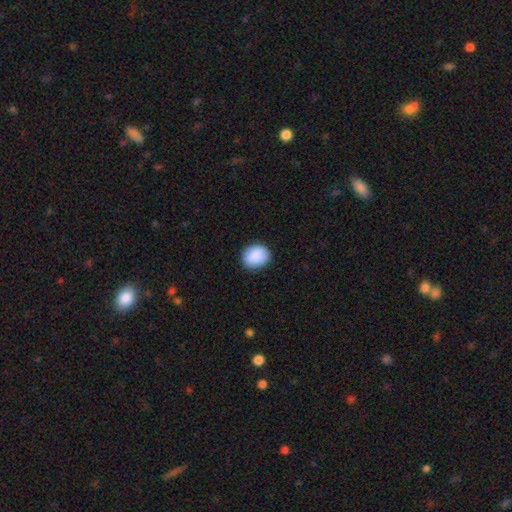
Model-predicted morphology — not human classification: smooth-or-featured: smooth: 88% | star or artifact: 7% | featured or disk: 4%
  how-rounded: round: 59% | in between: 40% | cigar-shaped: 1%
  merging: none: 87% | minor disturbance: 10% | major disturbance: 2% | merger: 1%